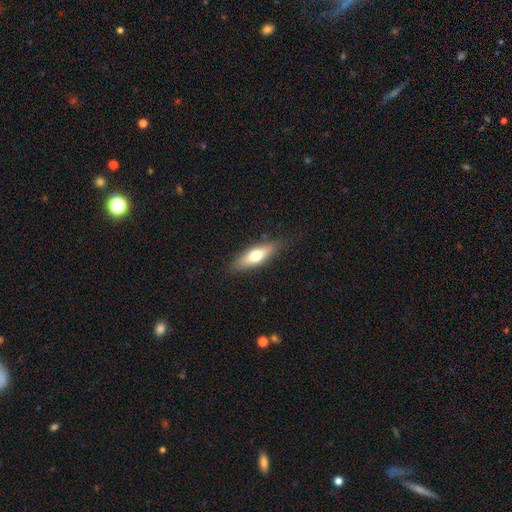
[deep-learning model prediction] Morphology: type=smooth (62%); roundness=in between (53%); merging=none (83%).